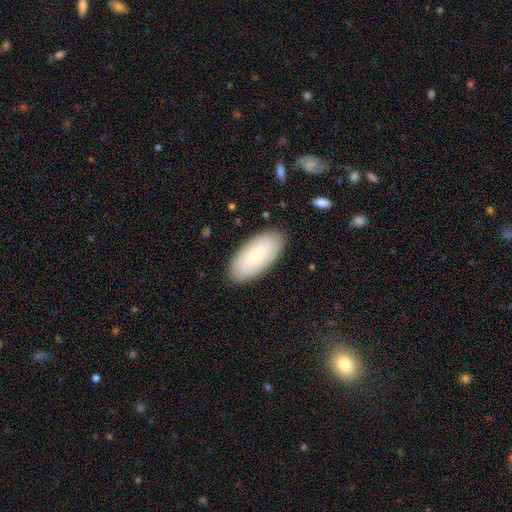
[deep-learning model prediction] Smooth or featured?
  - smooth: 62% *
  - featured or disk: 32%
  - star or artifact: 6%
How rounded?
  - in between: 91% *
  - cigar-shaped: 7%
  - round: 2%
Merging?
  - none: 87% *
  - minor disturbance: 10%
  - major disturbance: 2%
  - merger: 1%